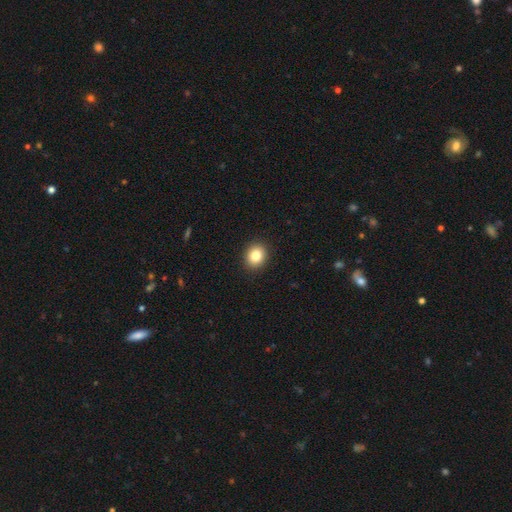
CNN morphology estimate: type=smooth (84%); roundness=round (67%); merging=none (92%).